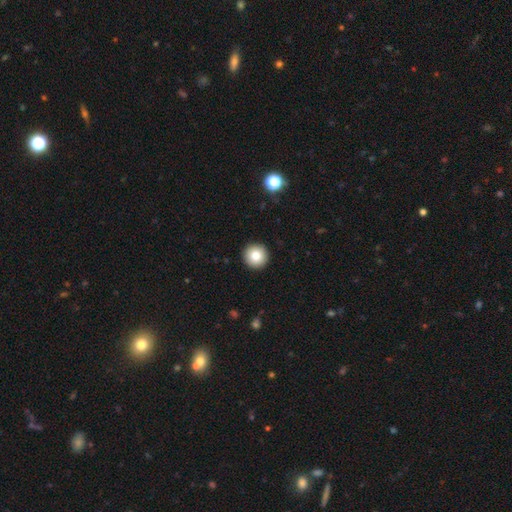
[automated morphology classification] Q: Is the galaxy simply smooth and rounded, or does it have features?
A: smooth — 82%.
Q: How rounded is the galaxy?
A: round — 96%.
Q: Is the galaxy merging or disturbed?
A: none — 93%.